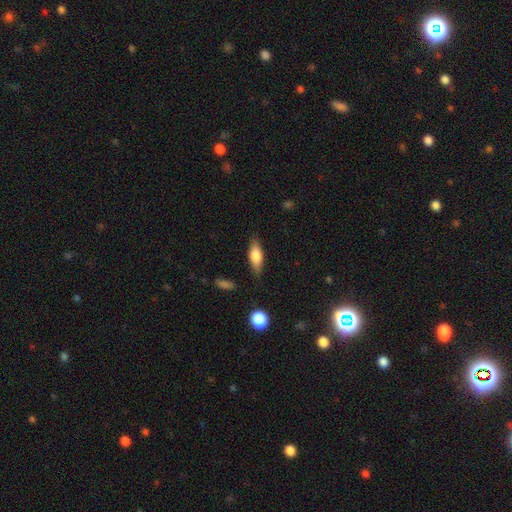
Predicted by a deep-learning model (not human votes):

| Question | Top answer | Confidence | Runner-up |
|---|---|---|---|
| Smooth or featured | smooth | 68% | featured or disk (25%) |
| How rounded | in between | 65% | cigar-shaped (31%) |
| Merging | none | 81% | minor disturbance (14%) |